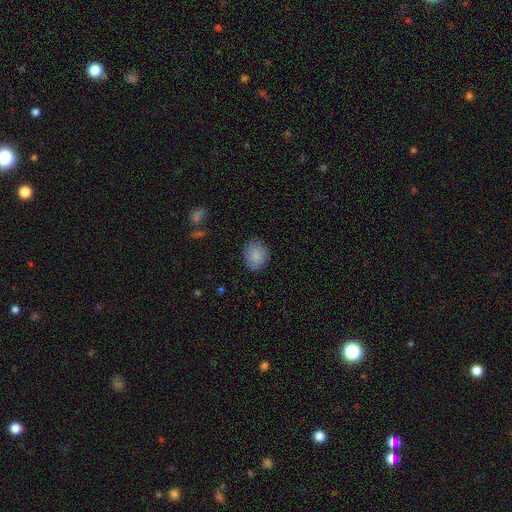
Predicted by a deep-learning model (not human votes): A smooth galaxy with no disk features (85%) that is in between round and cigar-shaped (55%).

Vote fractions:
- Smooth or featured? smooth: 85% / featured or disk: 8% / star or artifact: 7%
- How rounded? in between: 55% / round: 44% / cigar-shaped: 1%
- Merging? none: 82% / minor disturbance: 14% / major disturbance: 3% / merger: 1%